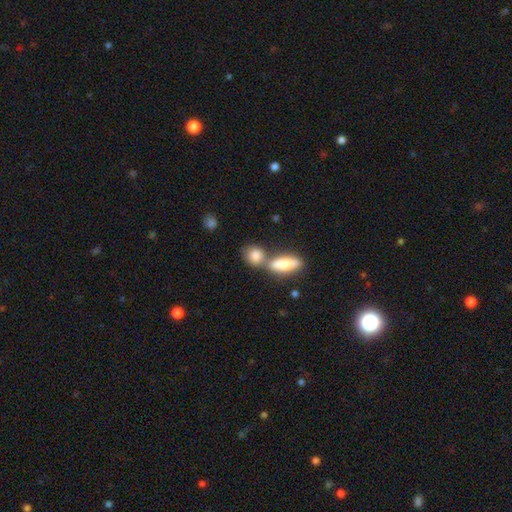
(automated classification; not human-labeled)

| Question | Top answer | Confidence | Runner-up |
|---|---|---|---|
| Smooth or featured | smooth | 83% | featured or disk (10%) |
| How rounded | in between | 50% | round (41%) |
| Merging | merger | 45% | none (42%) |